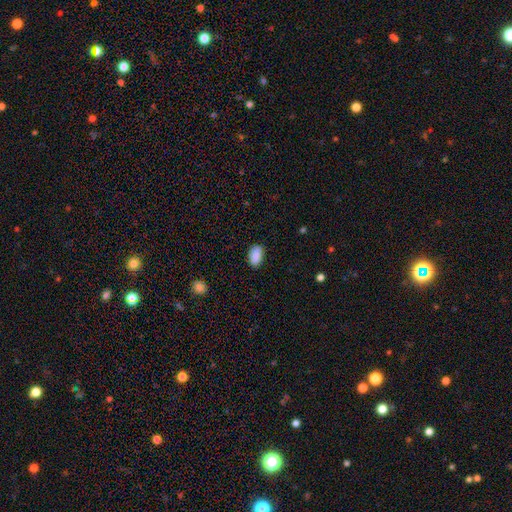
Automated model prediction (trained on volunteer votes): Q: Smooth or featured?
A: smooth (89%); runner-up: star or artifact (8%)
Q: How rounded?
A: in between (92%); runner-up: round (6%)
Q: Merging?
A: none (85%); runner-up: minor disturbance (11%)